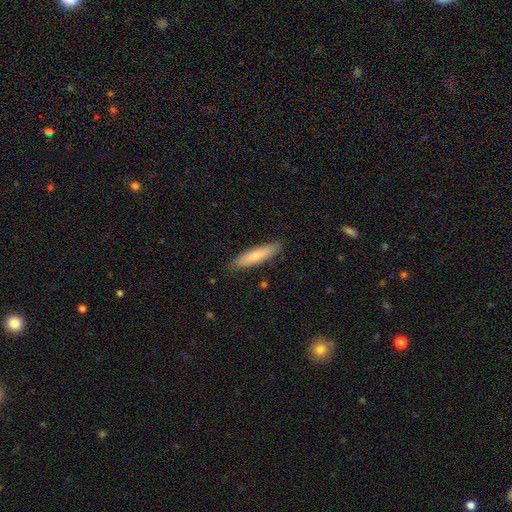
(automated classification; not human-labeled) The model was most divided on "smooth or featured": smooth: 71%, featured or disk: 23%, star or artifact: 6%. More confident: merging — none (87%); how rounded — cigar-shaped (77%).